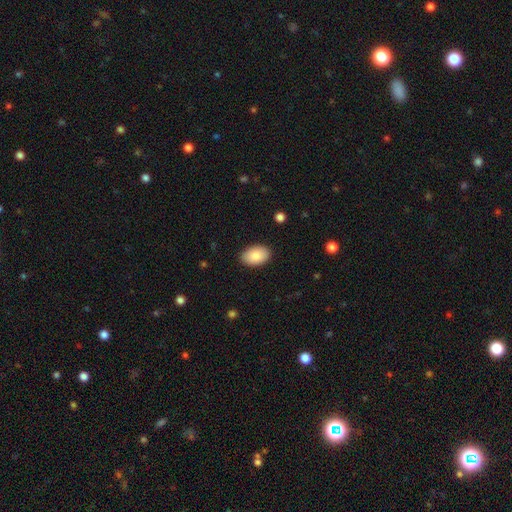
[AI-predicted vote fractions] Smooth or featured? smooth (87%)
How rounded? in between (92%)
Merging? none (88%)